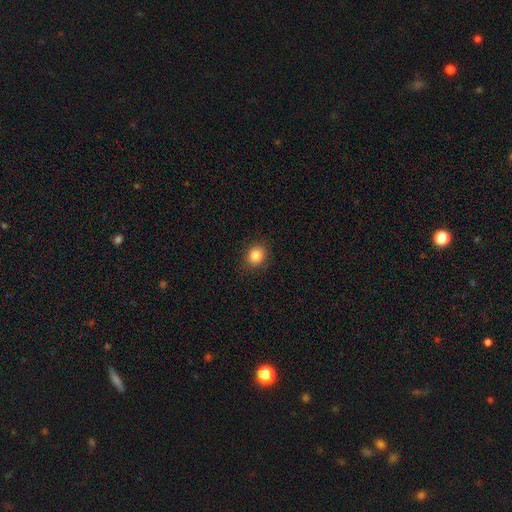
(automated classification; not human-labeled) Overall: smooth (85%). How rounded: round (64%; in between 35%). Merging: none (88%).